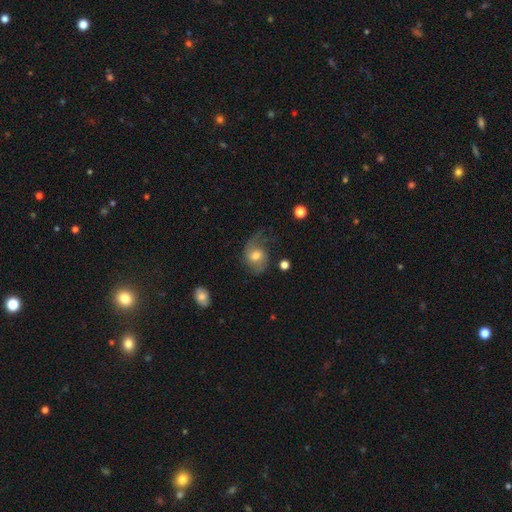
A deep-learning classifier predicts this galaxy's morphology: Smooth or featured?
  - featured or disk: 55% *
  - smooth: 37%
  - star or artifact: 8%
Edge-on disk?
  - no: 96% *
  - yes: 4%
Bar?
  - no: 50% *
  - weak: 42%
  - strong: 9%
Spiral arms?
  - yes: 85% *
  - no: 15%
Bulge size?
  - moderate: 66% *
  - small: 19%
  - large: 11%
  - none: 3%
  - dominant: 2%
Merging?
  - none: 46% *
  - major disturbance: 26%
  - minor disturbance: 25%
  - merger: 3%